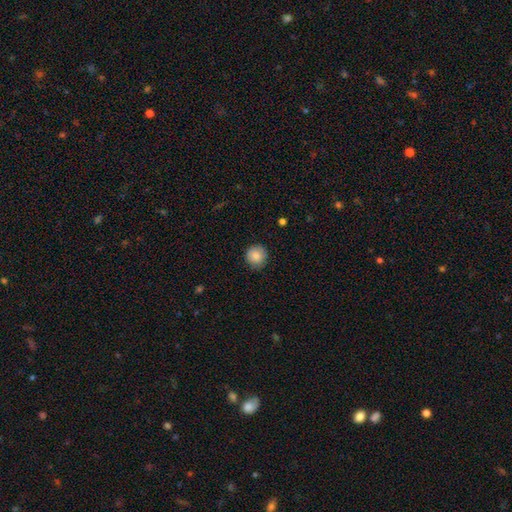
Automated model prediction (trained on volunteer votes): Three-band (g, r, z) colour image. It shows a smooth galaxy with no disk features (85%) that is round (94%). Merging: none (87%).